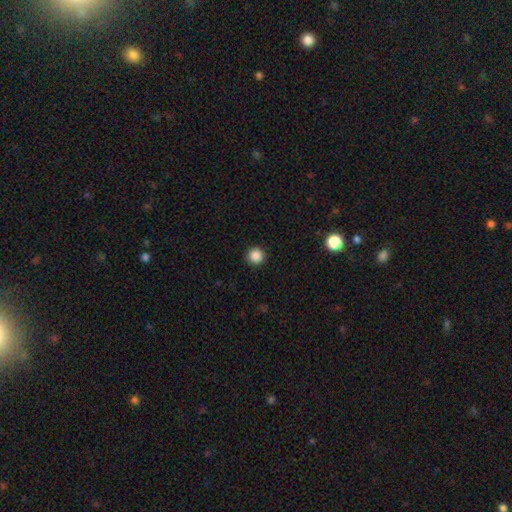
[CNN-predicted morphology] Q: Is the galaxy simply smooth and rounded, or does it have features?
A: smooth — 87%.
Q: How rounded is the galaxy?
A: round — 95%.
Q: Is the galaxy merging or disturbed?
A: none — 93%.